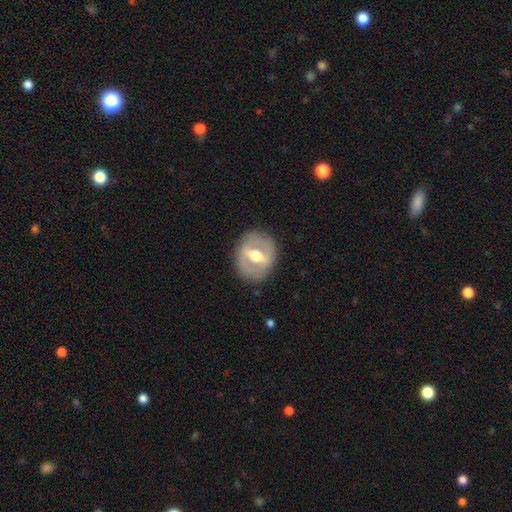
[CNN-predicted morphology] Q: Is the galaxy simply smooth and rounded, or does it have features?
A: featured or disk — 70%.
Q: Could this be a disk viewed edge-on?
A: no — 90%.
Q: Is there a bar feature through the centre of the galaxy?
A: strong — 54%.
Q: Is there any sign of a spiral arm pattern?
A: no — 73%.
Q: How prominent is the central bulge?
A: moderate — 71%.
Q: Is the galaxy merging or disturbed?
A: none — 83%.